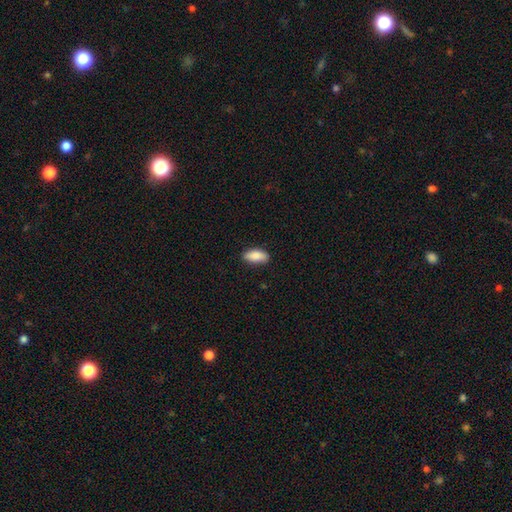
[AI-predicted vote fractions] Q: Smooth or featured?
A: smooth (86%); runner-up: featured or disk (8%)
Q: How rounded?
A: in between (86%); runner-up: cigar-shaped (11%)
Q: Merging?
A: none (85%); runner-up: minor disturbance (11%)